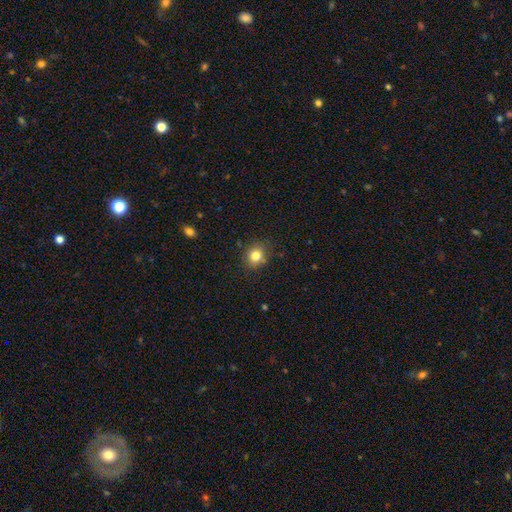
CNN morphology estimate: This is clearly a smooth galaxy (82%). How rounded: likely round (77%). Merging: clearly none (84%).